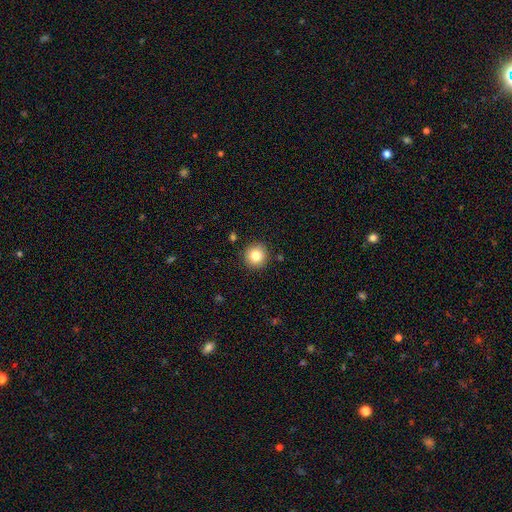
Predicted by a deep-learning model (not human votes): smooth_or_featured: smooth (p=0.82) [alt: star or artifact p=0.10]
how_rounded: round (p=0.94) [alt: in between p=0.05]
merging: none (p=0.91) [alt: minor disturbance p=0.06]